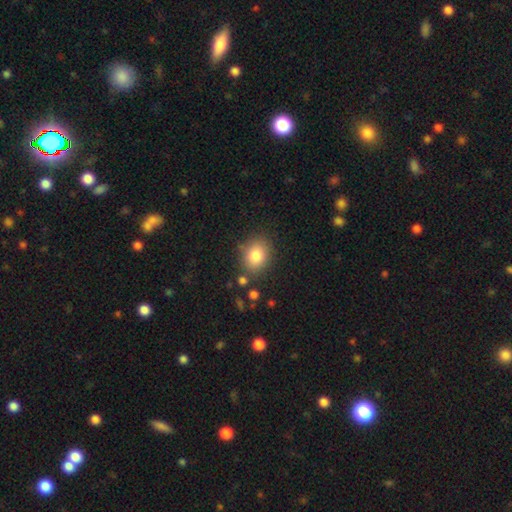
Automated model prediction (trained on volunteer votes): Smooth or featured? smooth (83%)
How rounded? in between (51%)
Merging? none (79%)